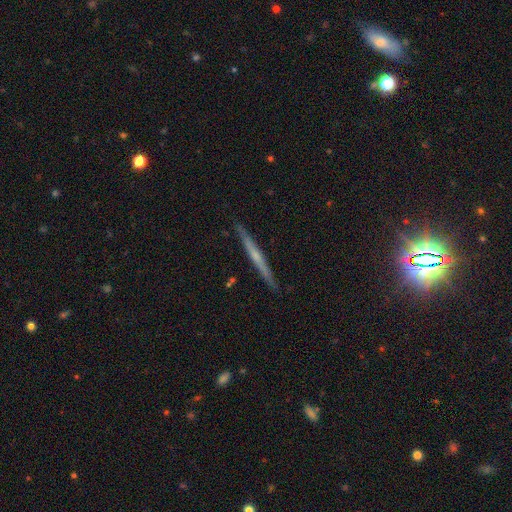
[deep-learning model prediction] Morphology: type=featured or disk (64%); edge-on=yes (97%); edge-on bulge=none (55%); merging=none (90%).